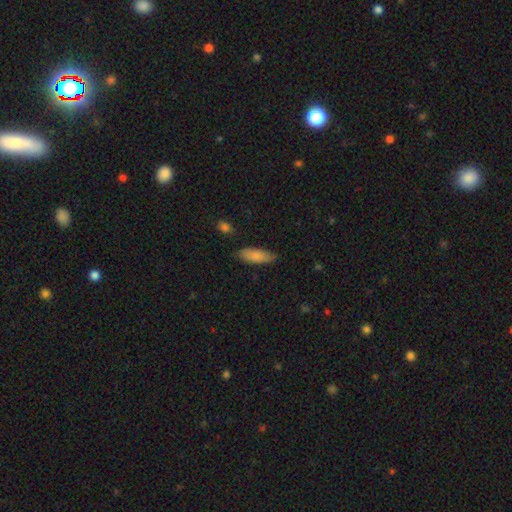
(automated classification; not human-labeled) Smooth or featured? smooth (84%)
How rounded? in between (62%)
Merging? none (80%)